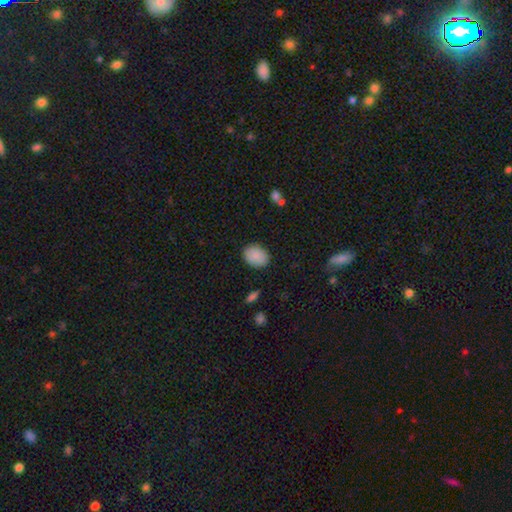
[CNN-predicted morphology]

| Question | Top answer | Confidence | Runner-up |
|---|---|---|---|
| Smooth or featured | smooth | 88% | star or artifact (7%) |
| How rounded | in between | 71% | round (28%) |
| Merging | none | 87% | minor disturbance (10%) |